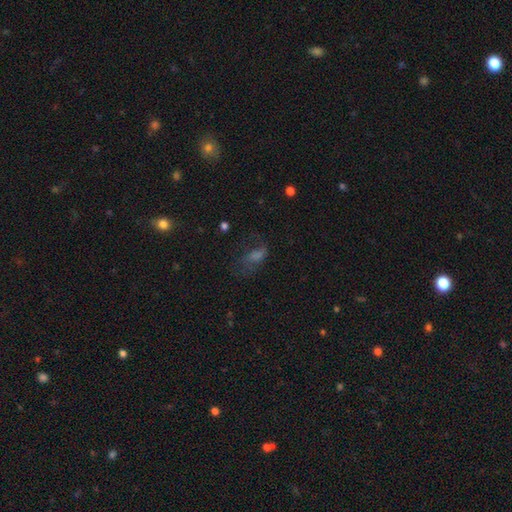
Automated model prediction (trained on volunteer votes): A smooth galaxy with no disk features (46%).

Vote fractions:
- Smooth or featured? smooth: 46% / featured or disk: 28% / star or artifact: 26%
- Merging? none: 45% / major disturbance: 31% / minor disturbance: 22% / merger: 3%